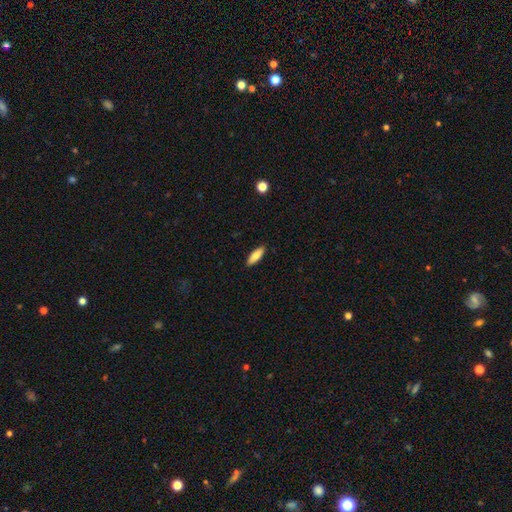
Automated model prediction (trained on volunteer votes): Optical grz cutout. It shows a smooth galaxy with no disk features (84%) that is in between round and cigar-shaped (57%). Merging: none (90%).